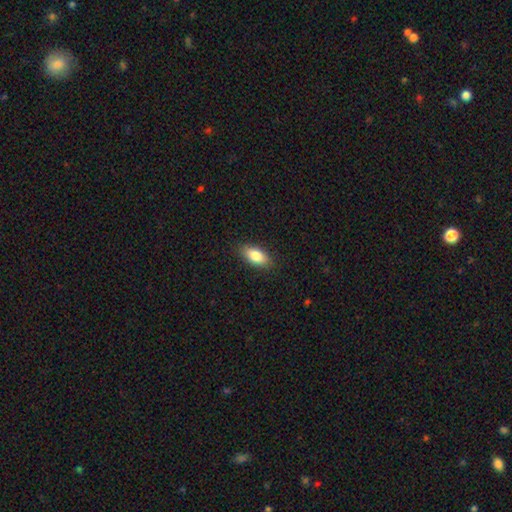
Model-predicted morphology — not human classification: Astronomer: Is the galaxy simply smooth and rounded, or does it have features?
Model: smooth — 83%.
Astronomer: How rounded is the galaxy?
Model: in between — 86%.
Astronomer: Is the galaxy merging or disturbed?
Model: none — 87%.